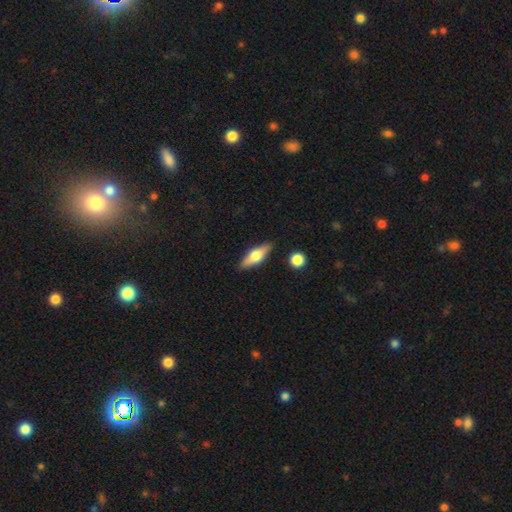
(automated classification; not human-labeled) The model was most divided on "smooth or featured": smooth: 50%, featured or disk: 44%, star or artifact: 6%. More confident: merging — none (85%).